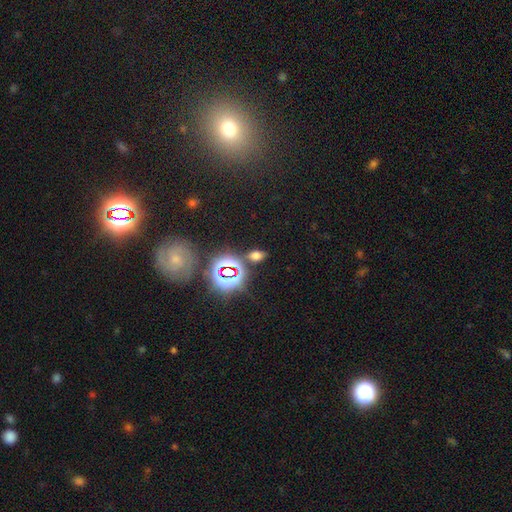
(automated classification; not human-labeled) smooth-or-featured: smooth: 55% | star or artifact: 37% | featured or disk: 8%
  how-rounded: in between: 84% | round: 12% | cigar-shaped: 4%
  merging: none: 80% | minor disturbance: 10% | merger: 6% | major disturbance: 4%